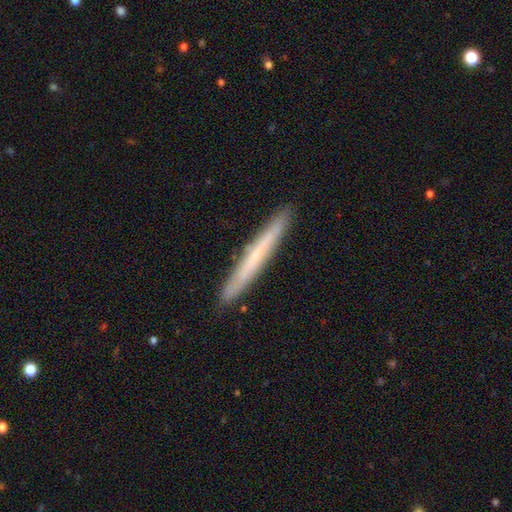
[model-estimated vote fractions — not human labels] The model was most divided on "smooth or featured" (2-way tie): featured or disk: 47%, smooth: 47%, star or artifact: 6%. More confident: merging — none (91%).